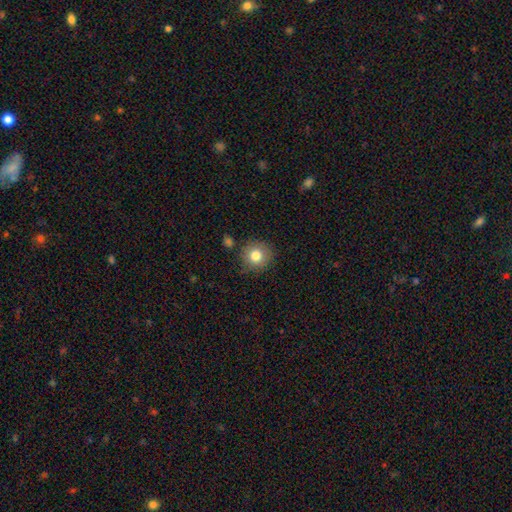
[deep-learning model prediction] Smooth or featured?
  - smooth: 80% *
  - star or artifact: 11%
  - featured or disk: 9%
How rounded?
  - round: 92% *
  - in between: 7%
  - cigar-shaped: 1%
Merging?
  - none: 85% *
  - minor disturbance: 9%
  - merger: 3%
  - major disturbance: 3%